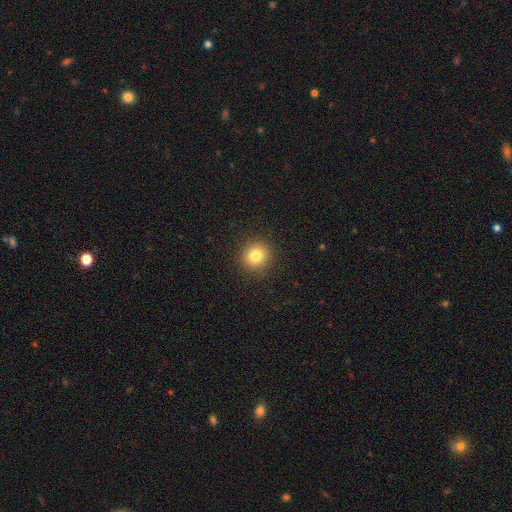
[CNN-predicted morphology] smooth 80%, star or artifact 12%, featured or disk 8%. Down the decision tree: how rounded — round (91%); merging — none (91%).